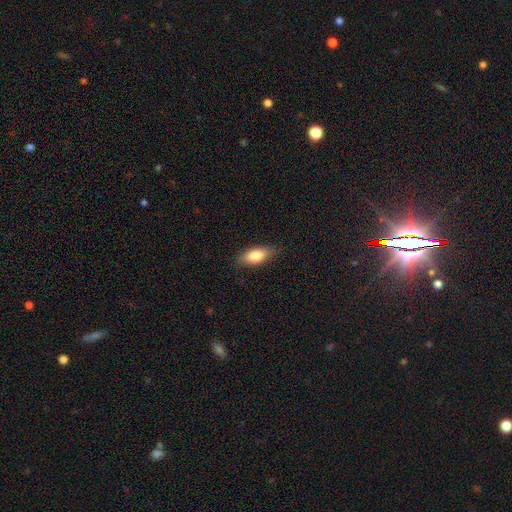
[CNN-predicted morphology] A smooth galaxy with no disk features (78%) that is in between round and cigar-shaped (80%). Merging: none (82%).